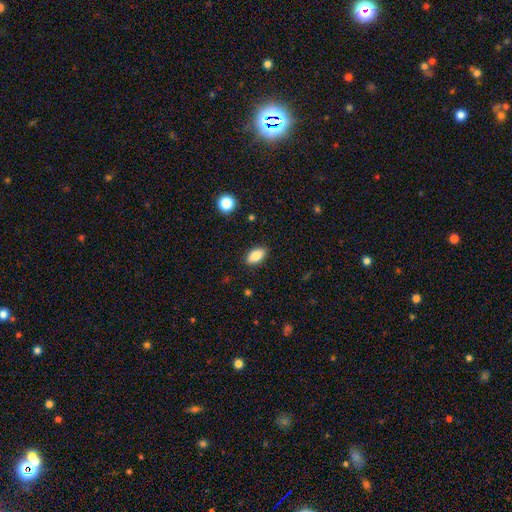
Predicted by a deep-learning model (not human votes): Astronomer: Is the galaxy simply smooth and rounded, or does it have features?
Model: smooth — 85%.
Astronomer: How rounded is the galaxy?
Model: in between — 91%.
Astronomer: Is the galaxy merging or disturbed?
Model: none — 88%.